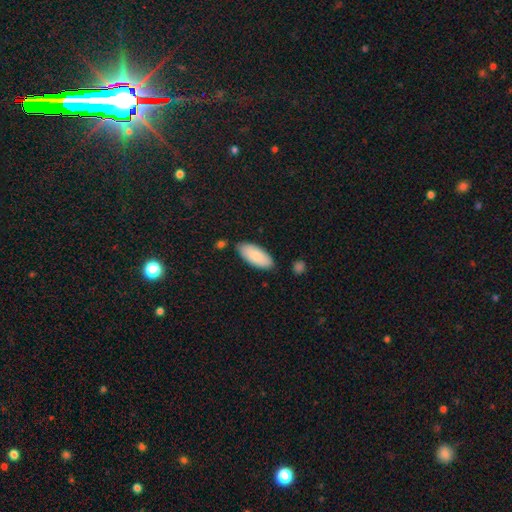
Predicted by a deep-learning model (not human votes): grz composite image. It shows a smooth galaxy with no disk features (87%) that is in between round and cigar-shaped (87%). Merging: none (79%).